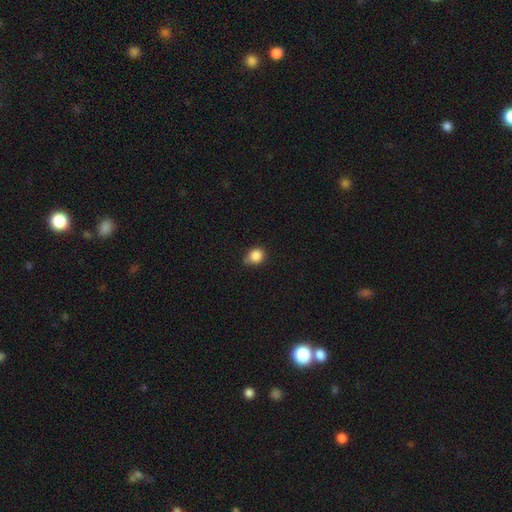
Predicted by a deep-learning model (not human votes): A smooth galaxy with no disk features (86%) that is round (72%).

Vote fractions:
- Smooth or featured? smooth: 86% / star or artifact: 10% / featured or disk: 4%
- How rounded? round: 72% / in between: 27% / cigar-shaped: 1%
- Merging? none: 64% / minor disturbance: 28% / major disturbance: 4% / merger: 3%